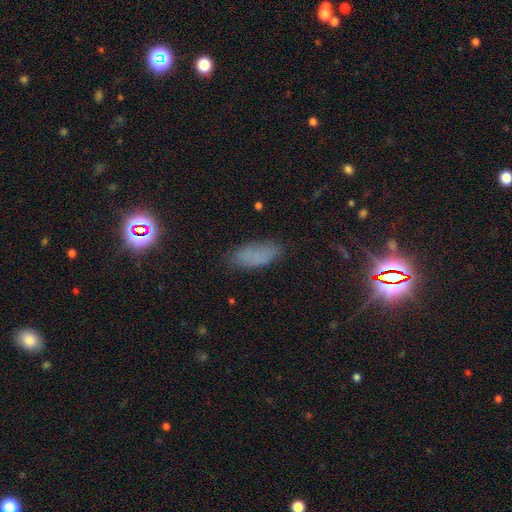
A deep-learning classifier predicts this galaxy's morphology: Smooth or featured?
  - smooth: 70% *
  - star or artifact: 19%
  - featured or disk: 11%
How rounded?
  - in between: 84% *
  - cigar-shaped: 13%
  - round: 3%
Merging?
  - none: 75% *
  - minor disturbance: 17%
  - major disturbance: 6%
  - merger: 2%